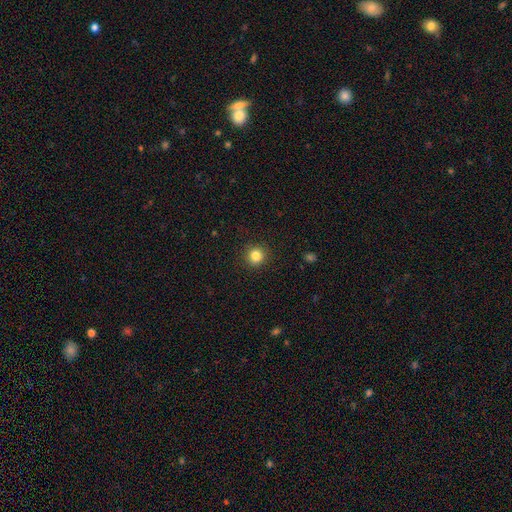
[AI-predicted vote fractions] Overall: smooth (83%). How rounded: round (93%). Merging: none (92%).